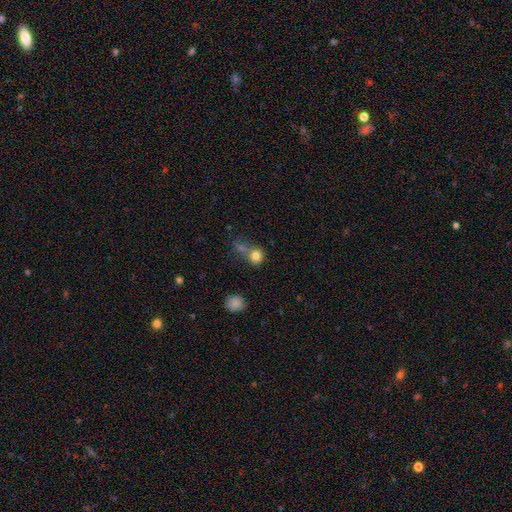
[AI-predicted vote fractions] The model was most divided on "merging": none: 49%, merger: 28%, minor disturbance: 14%, major disturbance: 9%. More confident: how rounded — round (82%); smooth or featured — smooth (79%).